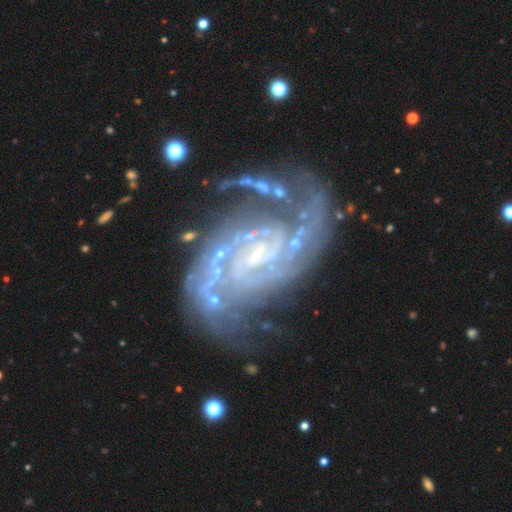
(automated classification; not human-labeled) A featured or disk galaxy (91%) with a weak bar (48%), 2 (49%) medium (45%) spiral arms (98%) and a small central bulge (64%). Merging: none (63%).